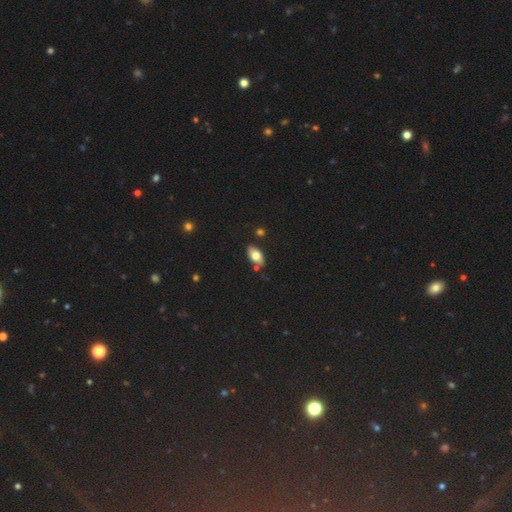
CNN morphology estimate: smooth 75%, featured or disk 17%, star or artifact 8%. Down the decision tree: how rounded — in between (91%); merging — none (80%).